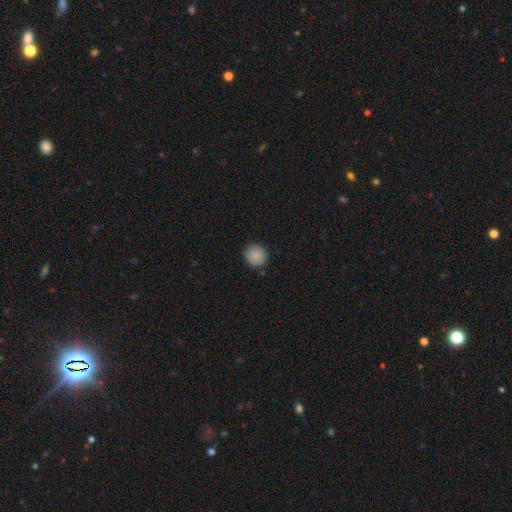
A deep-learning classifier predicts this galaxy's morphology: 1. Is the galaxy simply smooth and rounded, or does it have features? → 87% smooth, 8% star or artifact, 5% featured or disk.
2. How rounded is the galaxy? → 93% round, 6% in between, 1% cigar-shaped.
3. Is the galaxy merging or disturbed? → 89% none, 8% minor disturbance, 2% major disturbance, 1% merger.